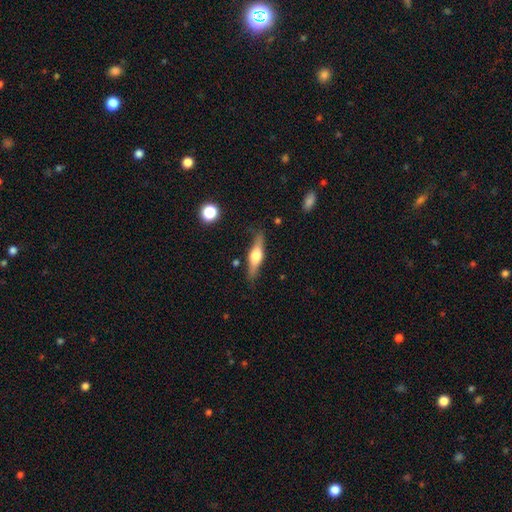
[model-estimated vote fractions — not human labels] This appears to be a featured or disk galaxy (61%) viewed edge-on (95%) with a rounded central bulge (92%). Merging: none (82%).